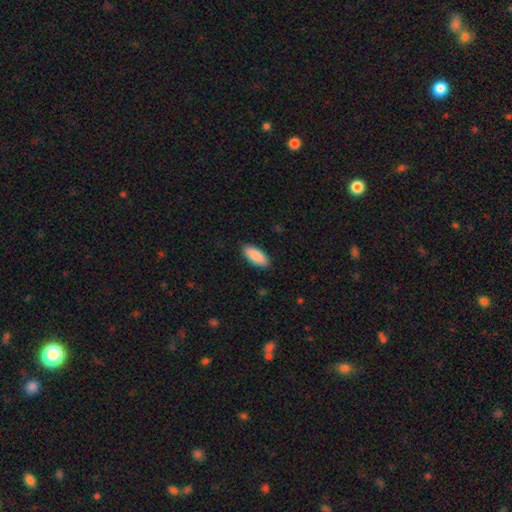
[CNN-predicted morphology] The model was most divided on "how rounded": in between: 86%, cigar-shaped: 12%, round: 2%. More confident: smooth or featured — smooth (90%); merging — none (89%).